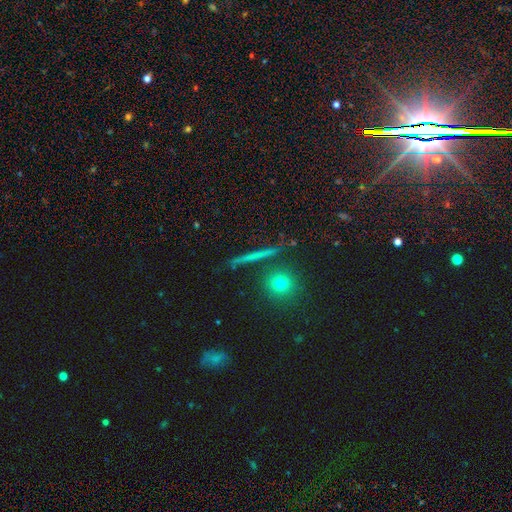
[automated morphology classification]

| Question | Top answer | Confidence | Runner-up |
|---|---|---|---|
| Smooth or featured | smooth | 43% | featured or disk (41%) |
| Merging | none | 87% | minor disturbance (8%) |